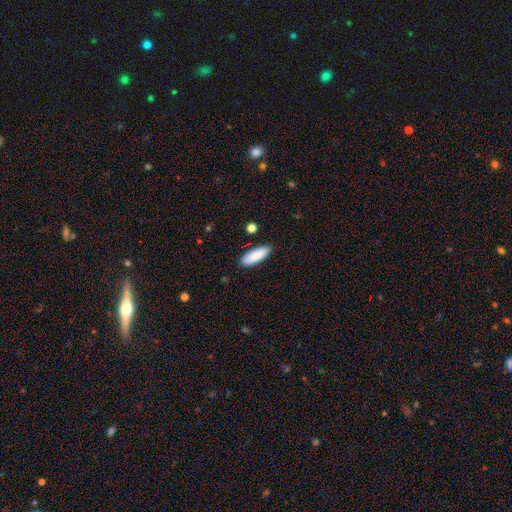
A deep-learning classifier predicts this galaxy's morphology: The model was most divided on "how rounded": in between: 61%, cigar-shaped: 37%, round: 2%. More confident: smooth or featured — smooth (88%); merging — none (85%).